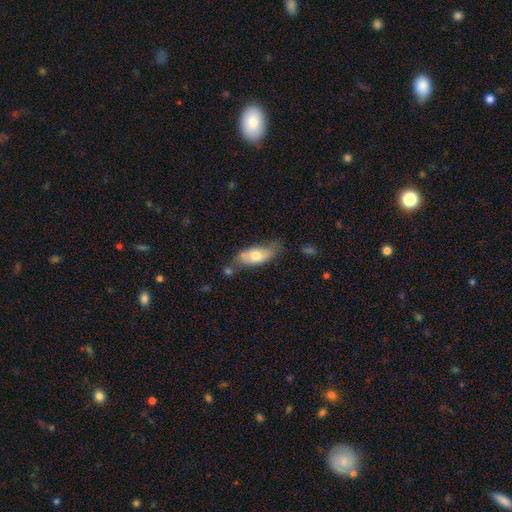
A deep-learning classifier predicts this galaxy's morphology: A smooth galaxy with no disk features (70%) that is in between round and cigar-shaped (79%).

Vote fractions:
- Smooth or featured? smooth: 70% / featured or disk: 23% / star or artifact: 7%
- How rounded? in between: 79% / cigar-shaped: 18% / round: 3%
- Merging? none: 57% / minor disturbance: 26% / merger: 11% / major disturbance: 7%